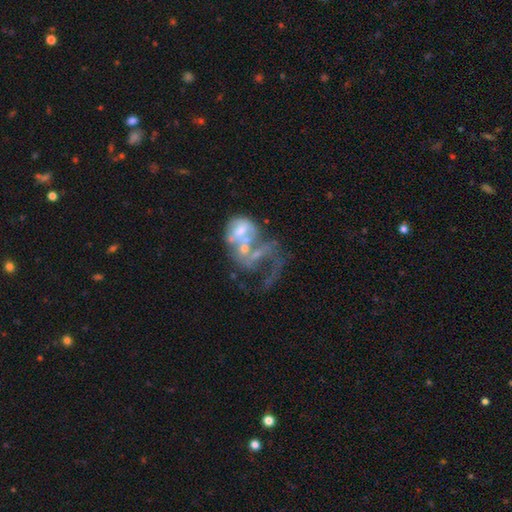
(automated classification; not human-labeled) Smooth or featured? featured or disk (66%)
Edge-on disk? no (97%)
Bar? no (78%)
Spiral arms? no (59%)
Bulge size? small (35%)
Merging? merger (53%)